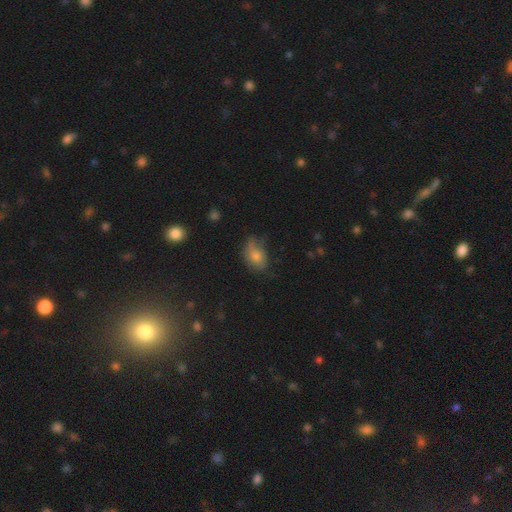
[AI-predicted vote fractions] Q: Smooth or featured?
A: smooth (70%); runner-up: featured or disk (18%)
Q: How rounded?
A: in between (80%); runner-up: round (18%)
Q: Merging?
A: none (47%); runner-up: minor disturbance (36%)